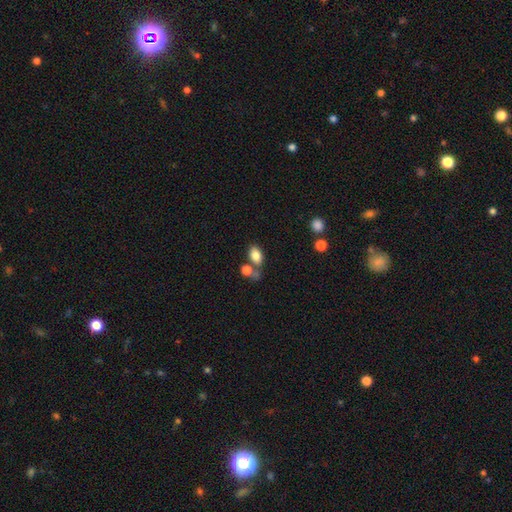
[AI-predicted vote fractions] smooth-or-featured: smooth: 82% | featured or disk: 10% | star or artifact: 8%
  how-rounded: in between: 87% | round: 12% | cigar-shaped: 2%
  merging: none: 51% | merger: 29% | minor disturbance: 14% | major disturbance: 6%